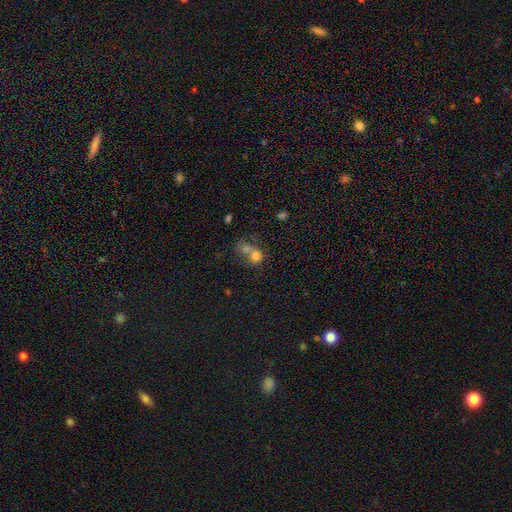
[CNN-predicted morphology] Smooth or featured: smooth — 72% (featured or disk — 16%)
How rounded: round — 69% (in between — 30%)
Merging: merger — 66% (none — 22%)